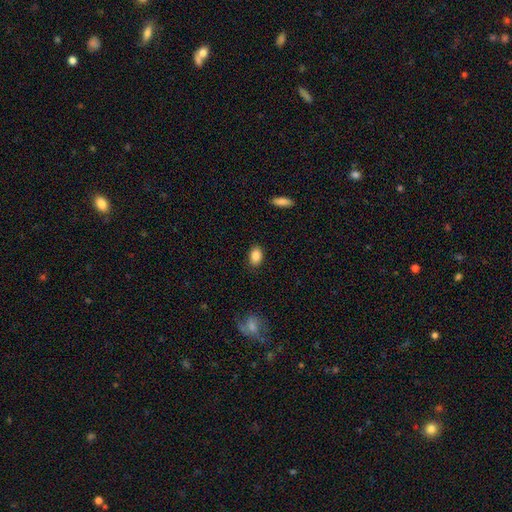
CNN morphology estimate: Smooth or featured? Predicted: smooth (p=0.87). How rounded? Predicted: in between (p=0.85). Merging? Predicted: none (p=0.87).